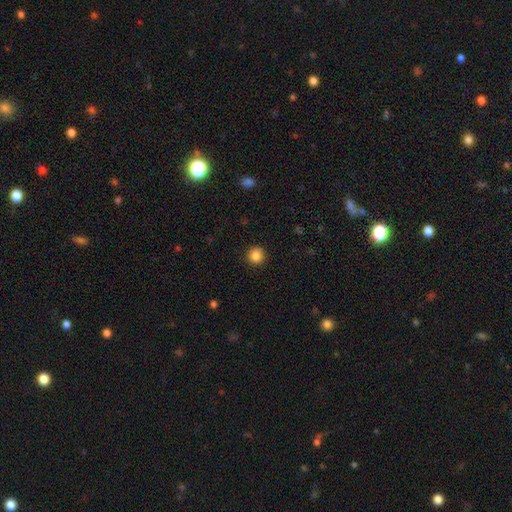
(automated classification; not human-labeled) Smooth or featured? smooth (86%)
How rounded? round (93%)
Merging? none (92%)